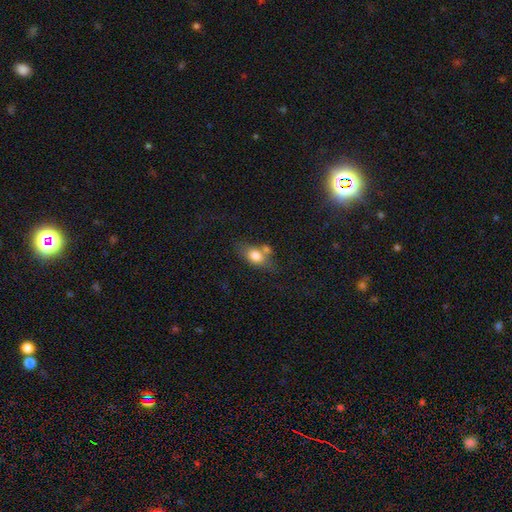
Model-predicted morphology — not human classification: This is likely a smooth galaxy (76%). How rounded: likely in between (76%). Merging: possibly none (48%).